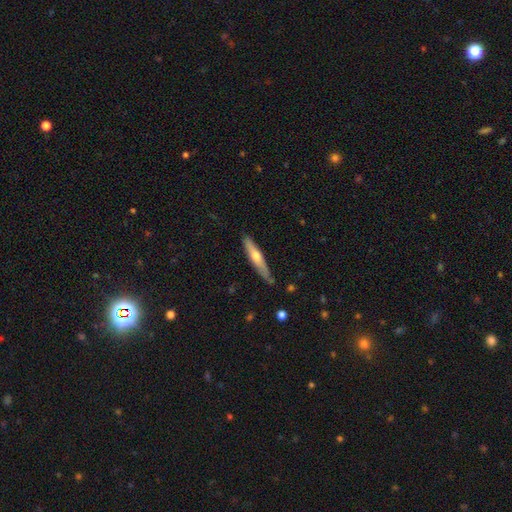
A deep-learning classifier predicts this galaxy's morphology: Smooth or featured?
  - featured or disk: 48% *
  - smooth: 46%
  - star or artifact: 6%
Merging?
  - none: 81% *
  - minor disturbance: 15%
  - major disturbance: 2%
  - merger: 2%